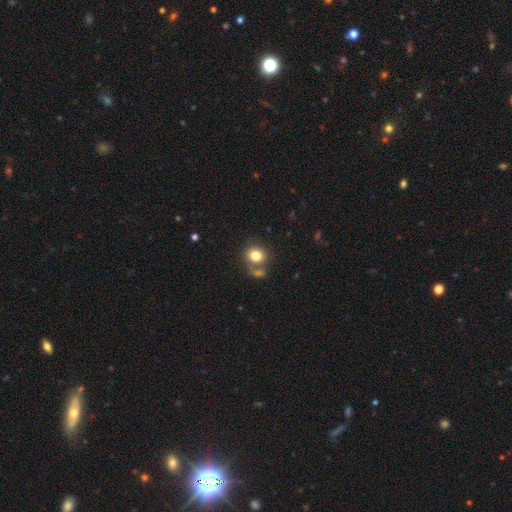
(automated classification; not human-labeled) Smooth or featured? smooth (80%)
How rounded? round (72%)
Merging? none (60%)